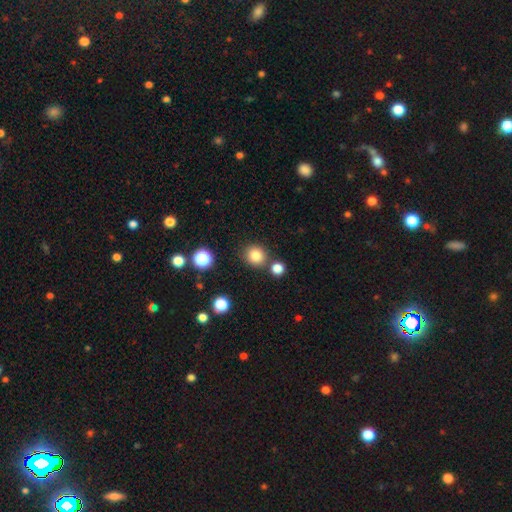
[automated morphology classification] This appears to be a smooth galaxy with no disk features (83%) that is round (81%). Merging: none (79%).